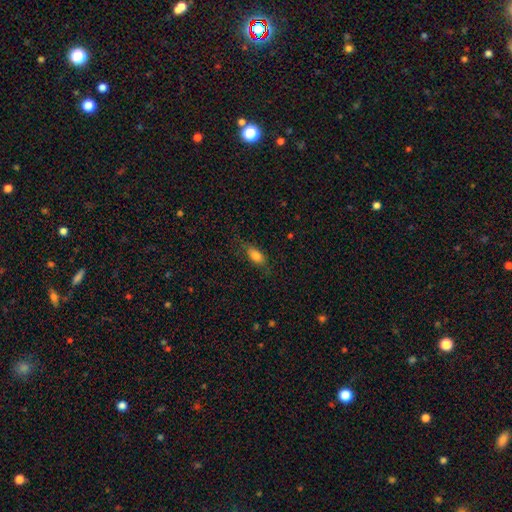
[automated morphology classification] Overall: smooth (79%). How rounded: in between (82%). Merging: none (71%).